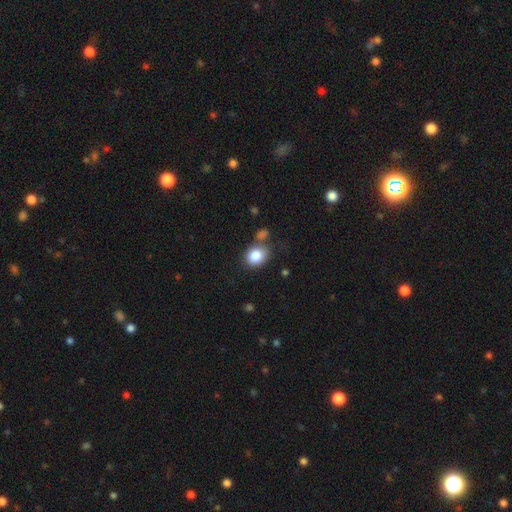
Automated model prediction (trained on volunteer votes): Smooth or featured? Predicted: smooth (p=0.84). How rounded? Predicted: round (p=0.62). Merging? Predicted: none (p=0.65).